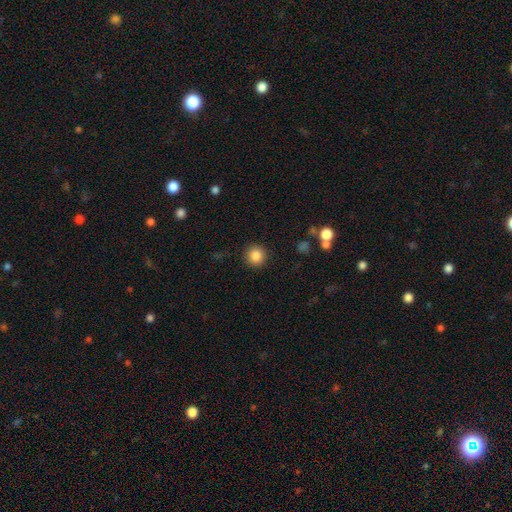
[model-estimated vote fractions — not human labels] Smooth or featured? smooth (85%)
How rounded? round (95%)
Merging? none (92%)